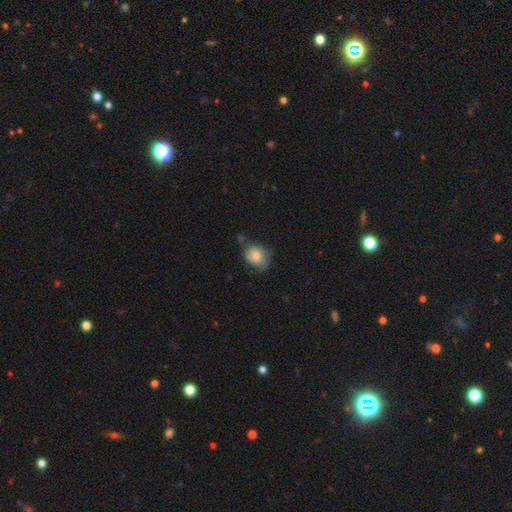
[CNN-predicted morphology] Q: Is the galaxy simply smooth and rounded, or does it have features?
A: smooth — 70%.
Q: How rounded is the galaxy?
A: in between — 56%.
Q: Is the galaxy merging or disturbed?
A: none — 47%.